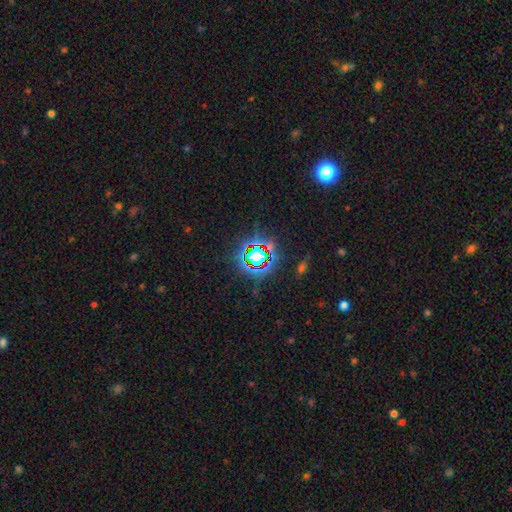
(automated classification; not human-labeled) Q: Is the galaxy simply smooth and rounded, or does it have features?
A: star or artifact — 74%.